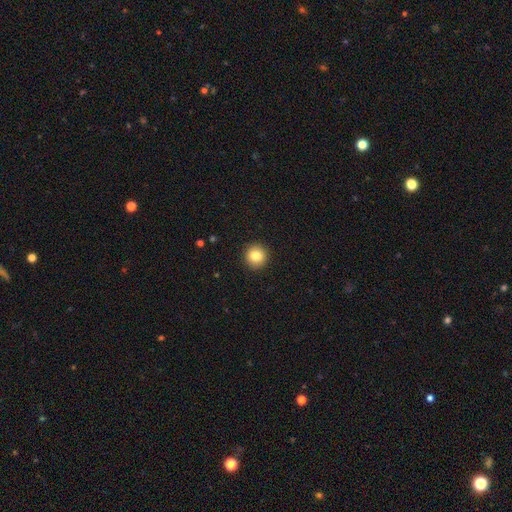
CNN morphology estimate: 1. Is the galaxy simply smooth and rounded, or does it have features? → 83% smooth, 10% star or artifact, 8% featured or disk.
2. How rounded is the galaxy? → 92% round, 7% in between, 1% cigar-shaped.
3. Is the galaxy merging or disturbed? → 92% none, 5% minor disturbance, 2% major disturbance, 1% merger.